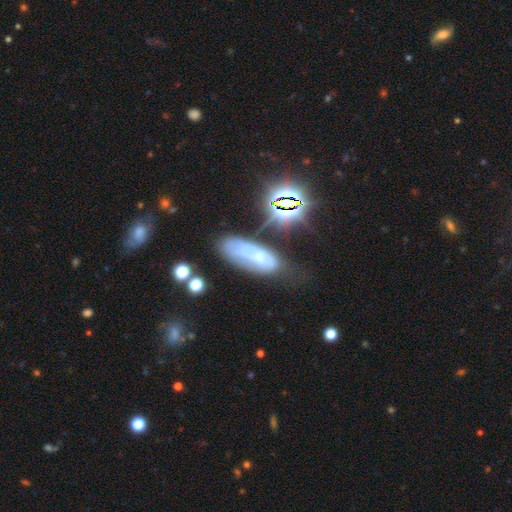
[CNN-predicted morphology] This appears to be a featured or disk galaxy (48%). Merging: none (45%).